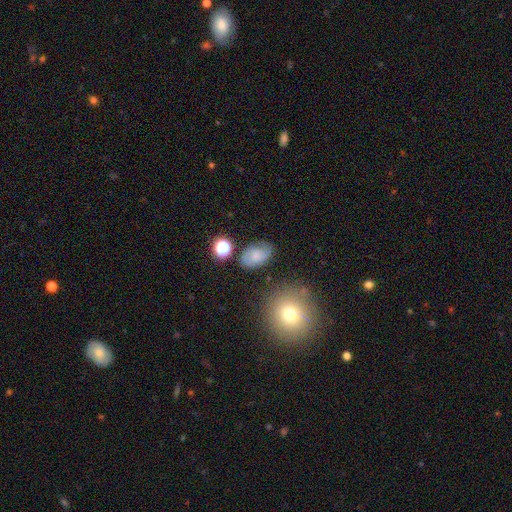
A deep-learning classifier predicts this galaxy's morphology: Smooth or featured? Predicted: smooth (p=0.58). How rounded? Predicted: in between (p=0.84). Merging? Predicted: none (p=0.68).